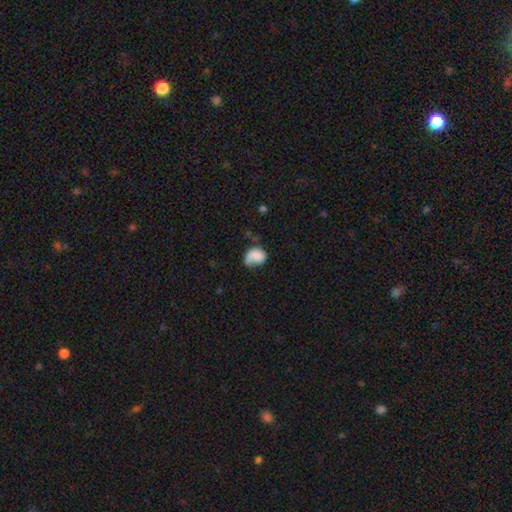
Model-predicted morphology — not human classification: smooth_or_featured: smooth (p=0.61) [alt: featured or disk p=0.31]
how_rounded: in between (p=0.55) [alt: round p=0.44]
merging: none (p=0.35) [alt: major disturbance p=0.33]